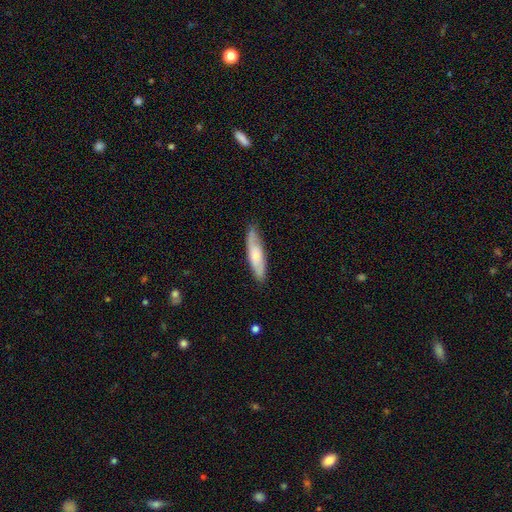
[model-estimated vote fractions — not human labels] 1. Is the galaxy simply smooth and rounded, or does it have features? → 57% smooth, 37% featured or disk, 6% star or artifact.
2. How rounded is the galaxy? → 68% cigar-shaped, 31% in between, 2% round.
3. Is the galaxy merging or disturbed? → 77% none, 18% minor disturbance, 3% major disturbance, 1% merger.